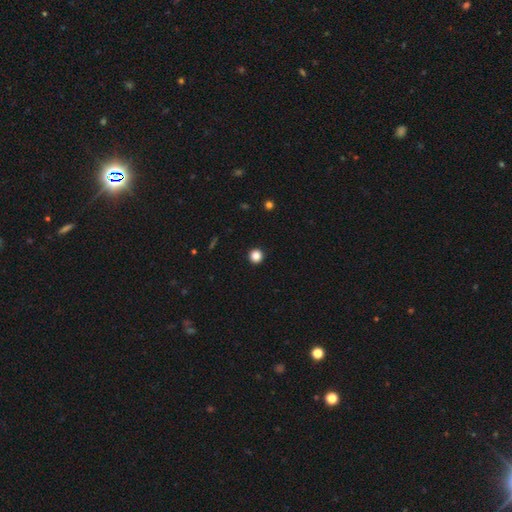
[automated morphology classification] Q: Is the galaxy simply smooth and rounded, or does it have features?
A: smooth — 85%.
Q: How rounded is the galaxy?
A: round — 95%.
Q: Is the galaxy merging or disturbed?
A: none — 94%.